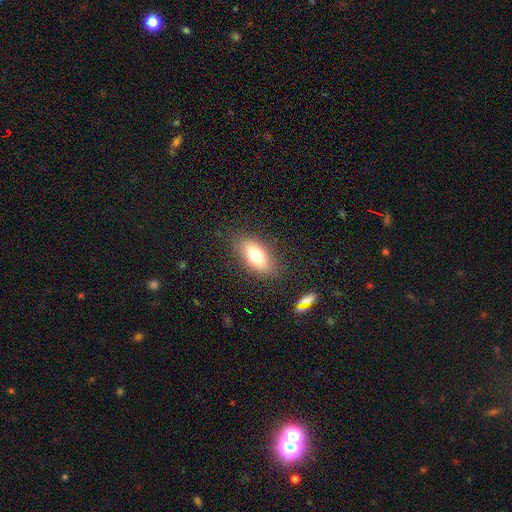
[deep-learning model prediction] smooth-or-featured: smooth: 73% | featured or disk: 19% | star or artifact: 9%
  how-rounded: in between: 84% | cigar-shaped: 10% | round: 6%
  merging: none: 82% | minor disturbance: 12% | major disturbance: 4% | merger: 2%